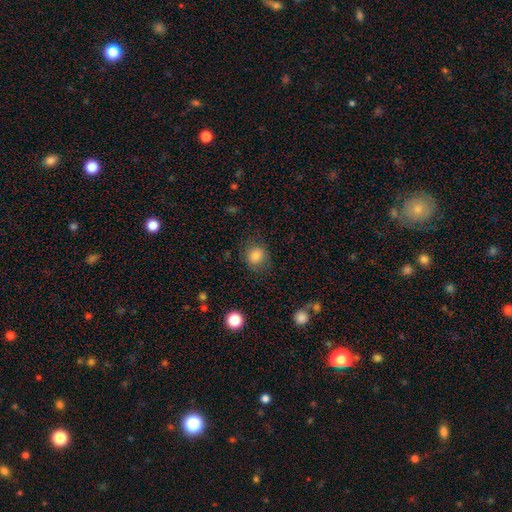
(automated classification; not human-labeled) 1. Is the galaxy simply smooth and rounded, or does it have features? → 85% smooth, 10% star or artifact, 6% featured or disk.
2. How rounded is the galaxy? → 76% round, 23% in between, 1% cigar-shaped.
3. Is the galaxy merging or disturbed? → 77% none, 15% minor disturbance, 6% major disturbance, 1% merger.